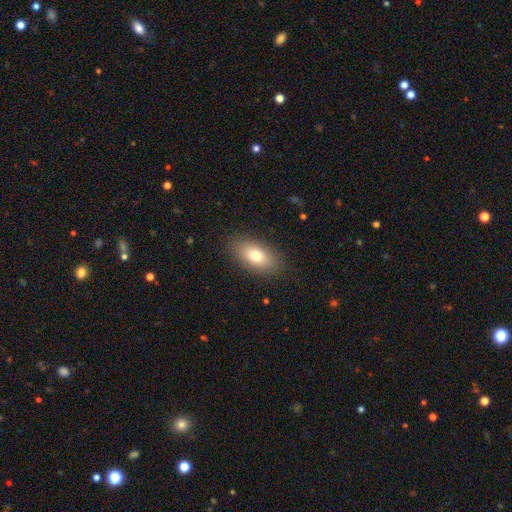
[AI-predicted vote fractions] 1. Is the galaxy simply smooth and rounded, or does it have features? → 77% smooth, 15% featured or disk, 9% star or artifact.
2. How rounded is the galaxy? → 89% in between, 7% round, 5% cigar-shaped.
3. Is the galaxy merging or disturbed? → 87% none, 9% minor disturbance, 3% major disturbance, 1% merger.